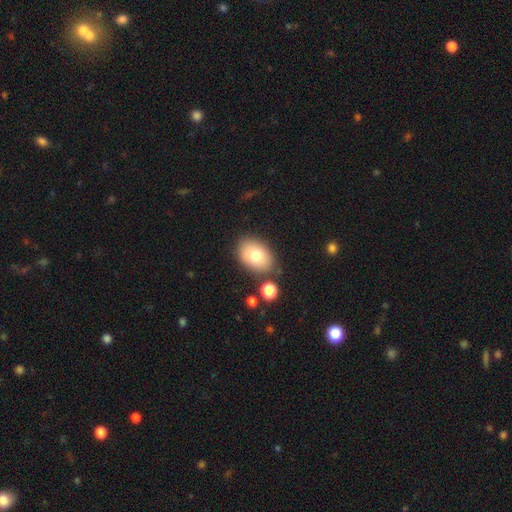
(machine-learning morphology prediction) Smooth or featured? smooth (76%)
How rounded? in between (81%)
Merging? none (79%)